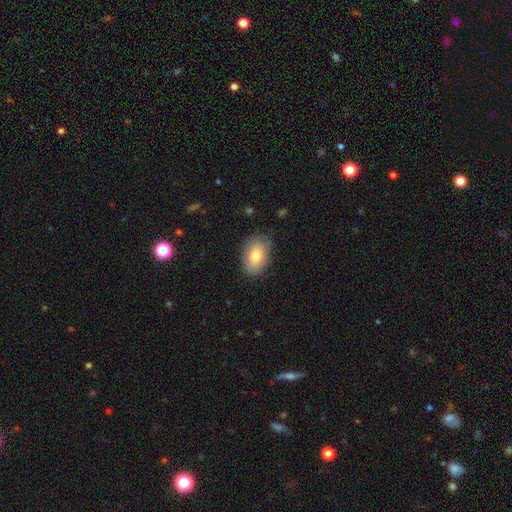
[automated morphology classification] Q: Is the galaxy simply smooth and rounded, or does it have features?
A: smooth — 74%.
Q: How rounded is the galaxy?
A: in between — 84%.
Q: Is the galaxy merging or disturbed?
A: none — 82%.